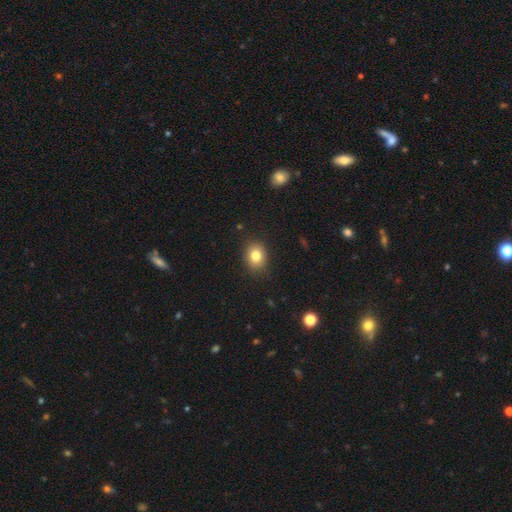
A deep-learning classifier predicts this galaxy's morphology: The model was most divided on "how rounded": round: 52%, in between: 47%, cigar-shaped: 1%. More confident: merging — none (86%); smooth or featured — smooth (81%).